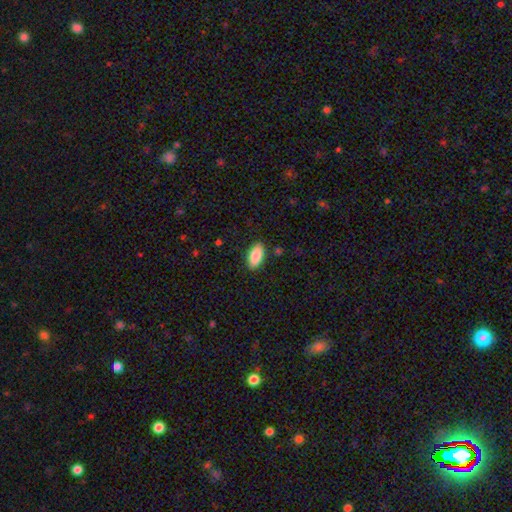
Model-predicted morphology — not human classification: Smooth or featured? Predicted: smooth (p=0.88). How rounded? Predicted: in between (p=0.91). Merging? Predicted: none (p=0.87).